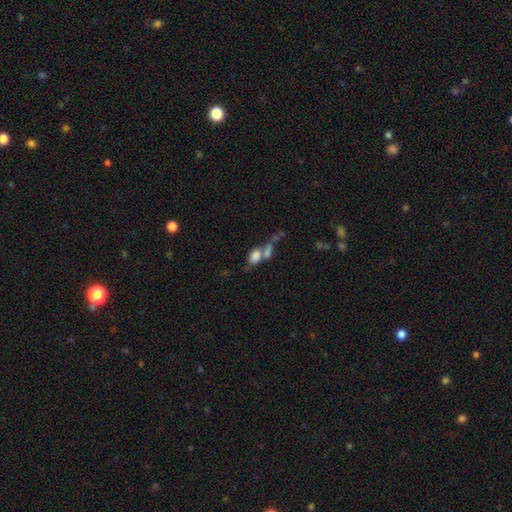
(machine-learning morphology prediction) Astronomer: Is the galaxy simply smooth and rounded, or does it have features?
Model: smooth — 73%.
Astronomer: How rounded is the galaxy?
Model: in between — 77%.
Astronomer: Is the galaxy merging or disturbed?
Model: merger — 53%.